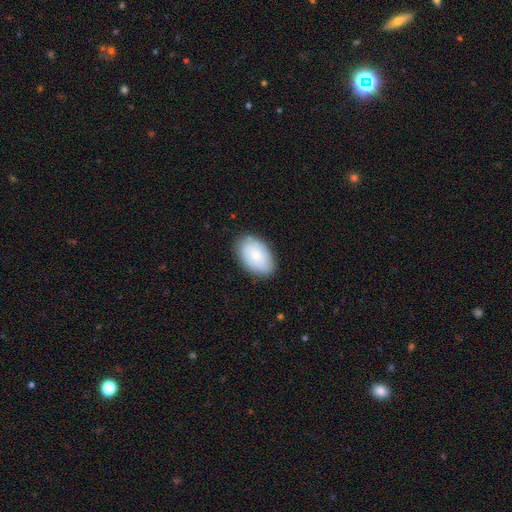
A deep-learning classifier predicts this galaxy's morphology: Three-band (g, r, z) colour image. It shows a smooth galaxy with no disk features (72%) that is in between round and cigar-shaped (89%). Merging: none (82%).